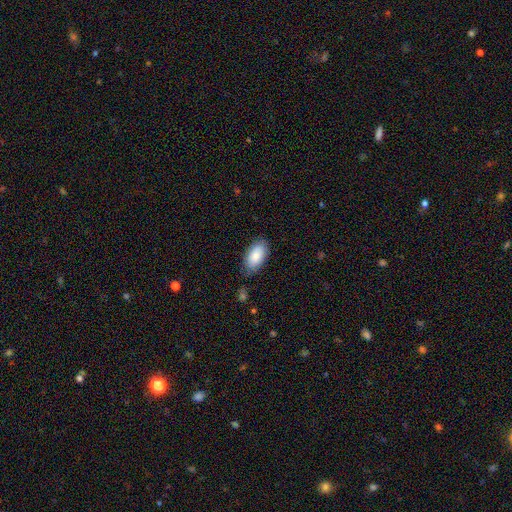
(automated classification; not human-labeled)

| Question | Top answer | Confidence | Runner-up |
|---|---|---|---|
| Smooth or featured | smooth | 85% | featured or disk (9%) |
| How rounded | in between | 94% | round (3%) |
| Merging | none | 78% | minor disturbance (17%) |